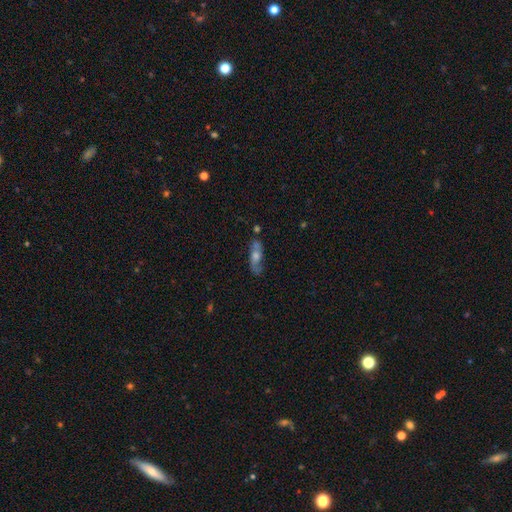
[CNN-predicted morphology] A featured or disk galaxy (57%). Merging: none (69%).